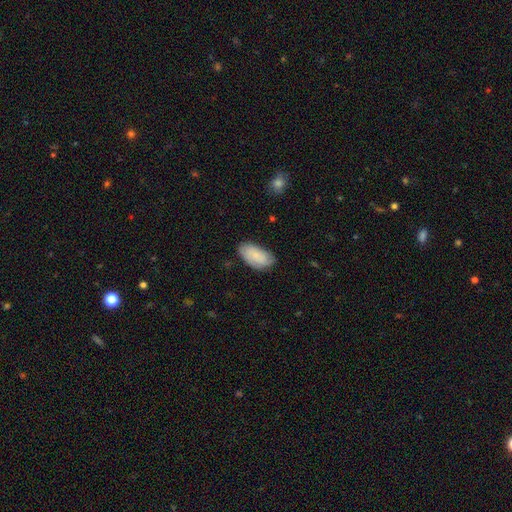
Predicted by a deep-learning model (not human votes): This appears to be a smooth galaxy with no disk features (78%) that is in between round and cigar-shaped (94%). Merging: none (72%).